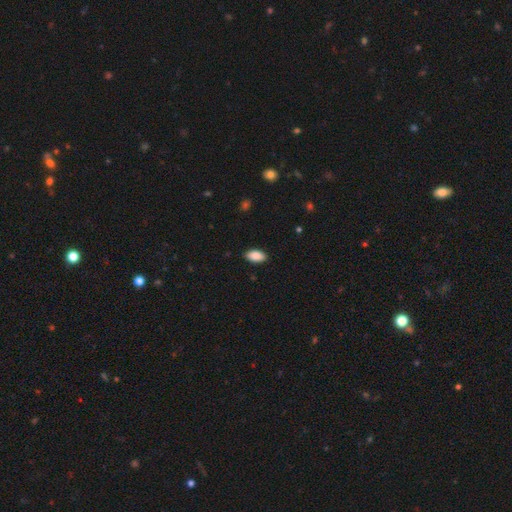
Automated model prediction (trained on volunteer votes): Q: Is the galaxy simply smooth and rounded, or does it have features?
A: smooth — 89%.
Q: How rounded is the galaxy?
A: in between — 94%.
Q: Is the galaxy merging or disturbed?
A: none — 87%.